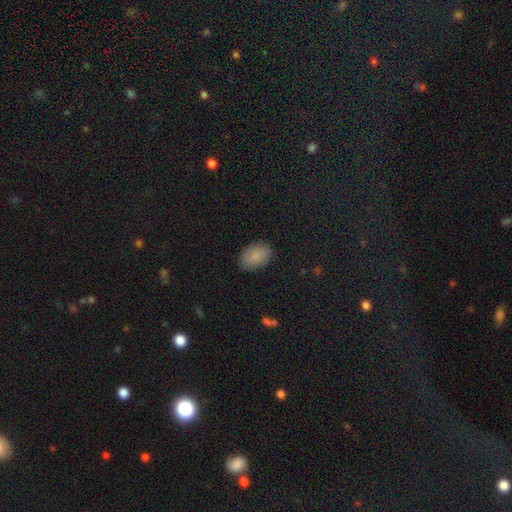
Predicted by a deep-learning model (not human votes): smooth 86%, star or artifact 7%, featured or disk 7%. Down the decision tree: how rounded — in between (86%); merging — none (86%).